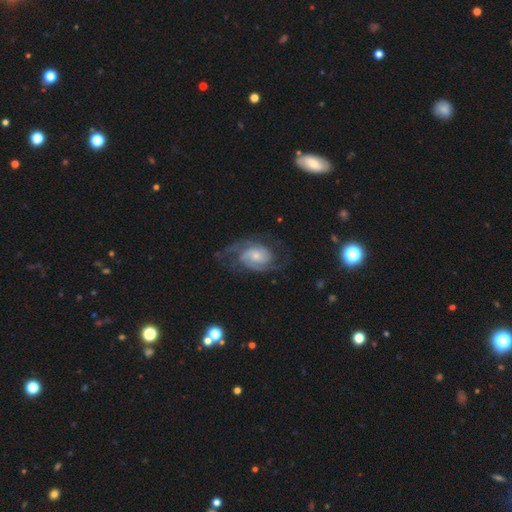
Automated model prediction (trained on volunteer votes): The model was most divided on "spiral winding": medium: 44%, tight: 42%, loose: 14%. More confident: edge-on disk — no (97%); spiral arms — yes (96%); smooth or featured — featured or disk (86%); merging — none (63%); spiral arm count — 2 (63%); bar — no (63%); bulge size — small (52%).